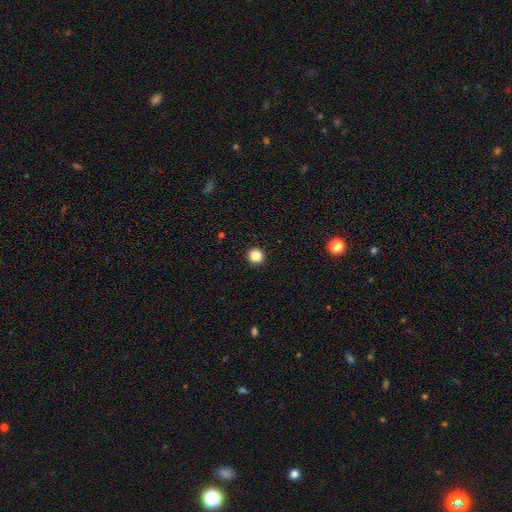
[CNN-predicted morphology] Smooth or featured: smooth — 85% (star or artifact — 11%)
How rounded: round — 95% (in between — 4%)
Merging: none — 94% (minor disturbance — 4%)